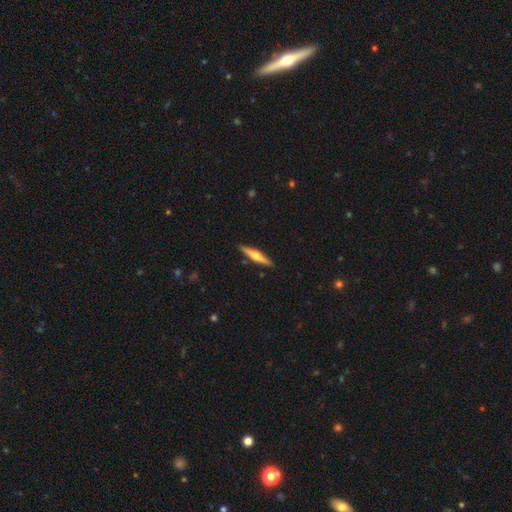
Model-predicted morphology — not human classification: A featured or disk galaxy (55%) viewed edge-on (96%) with a rounded central bulge (90%). Merging: none (90%).